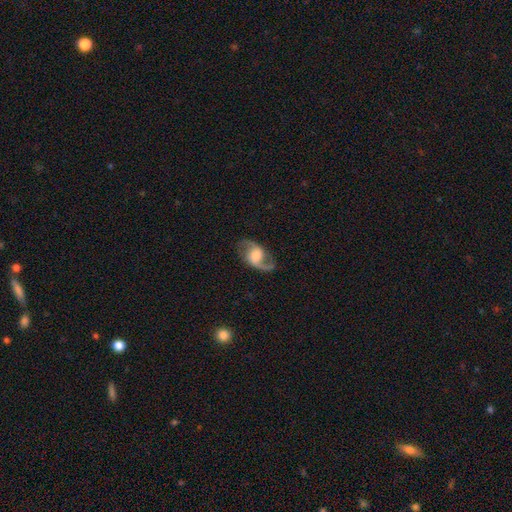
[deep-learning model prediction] smooth-or-featured: featured or disk: 85% | smooth: 9% | star or artifact: 5%
  disk-edge-on: no: 97% | yes: 3%
    bar: no: 46% | weak: 41% | strong: 13%
    has-spiral-arms: yes: 95% | no: 5%
      spiral-winding: loose: 50% | medium: 42% | tight: 8%
      spiral-arm-count: 2: 92% | 1: 3% | can't tell: 2% | 3: 1% | 4: 1% | more than 4: 1%
    bulge-size: moderate: 41% | large: 34% | small: 15% | none: 6% | dominant: 4%
  merging: none: 79% | minor disturbance: 13% | major disturbance: 7% | merger: 1%